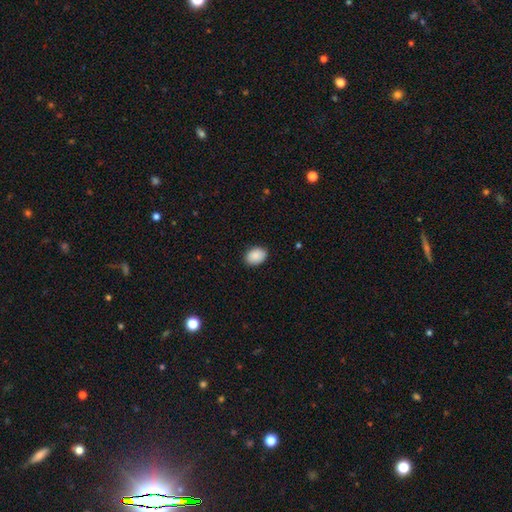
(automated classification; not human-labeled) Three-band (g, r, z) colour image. It shows a smooth galaxy with no disk features (90%) that is in between round and cigar-shaped (77%). Merging: none (88%).